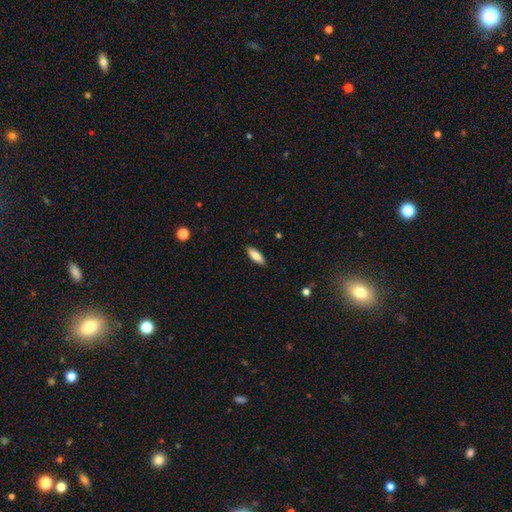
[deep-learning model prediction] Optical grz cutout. It shows a smooth galaxy with no disk features (82%) that is in between round and cigar-shaped (58%). Merging: none (89%).